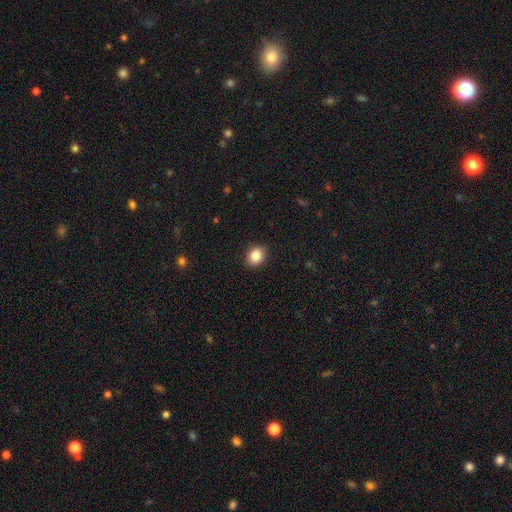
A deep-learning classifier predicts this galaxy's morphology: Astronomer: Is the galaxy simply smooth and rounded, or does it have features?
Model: smooth — 86%.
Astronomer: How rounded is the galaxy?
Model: round — 58% (runner-up: in between, 41%).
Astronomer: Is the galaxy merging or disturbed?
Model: none — 91%.